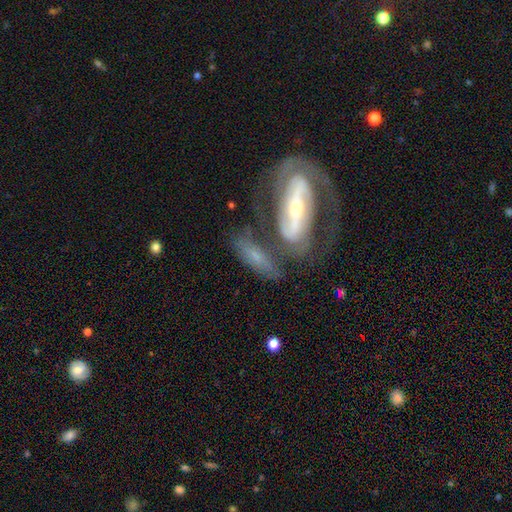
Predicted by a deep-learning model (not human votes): Smooth or featured?
  - featured or disk: 69% *
  - smooth: 24%
  - star or artifact: 7%
Edge-on disk?
  - no: 82% *
  - yes: 18%
Bar?
  - strong: 43% *
  - weak: 29%
  - no: 28%
Spiral arms?
  - yes: 82% *
  - no: 18%
Bulge size?
  - small: 58% *
  - moderate: 35%
  - large: 3%
  - none: 2%
  - dominant: 1%
Merging?
  - none: 45% *
  - merger: 30%
  - minor disturbance: 15%
  - major disturbance: 10%